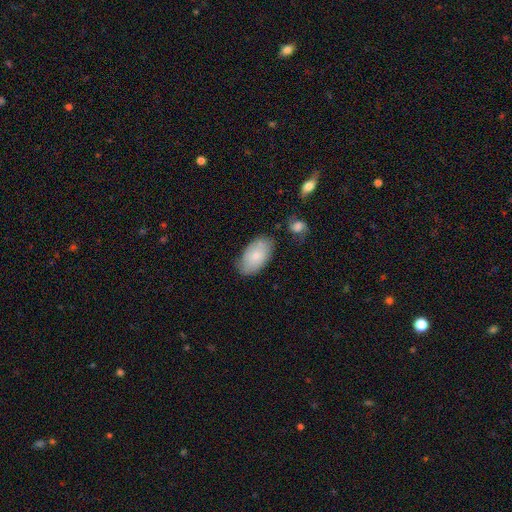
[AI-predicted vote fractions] Smooth or featured: smooth — 75% (featured or disk — 19%)
How rounded: in between — 95% (round — 4%)
Merging: none — 70% (minor disturbance — 20%)